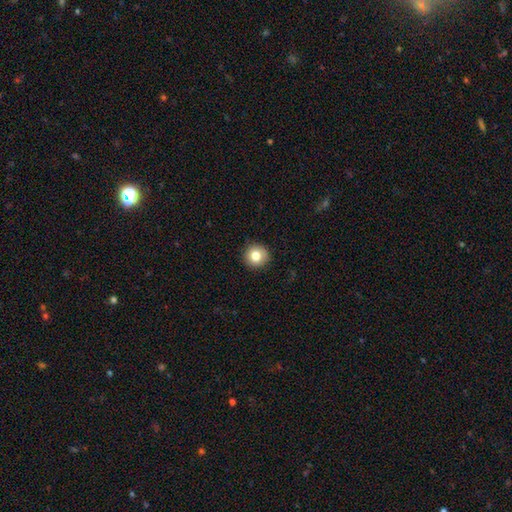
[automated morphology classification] Q: Smooth or featured?
A: smooth (81%); runner-up: star or artifact (10%)
Q: How rounded?
A: round (94%); runner-up: in between (5%)
Q: Merging?
A: none (91%); runner-up: minor disturbance (6%)